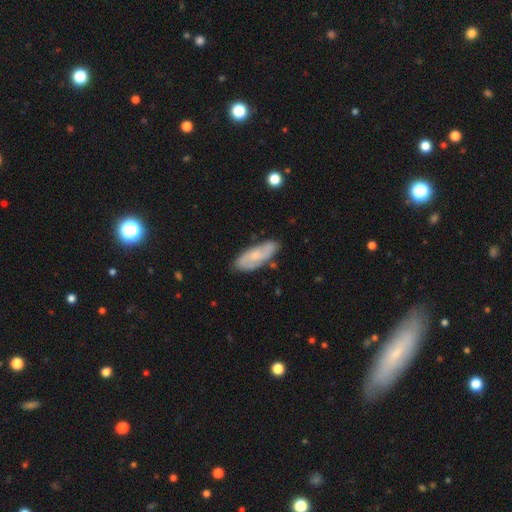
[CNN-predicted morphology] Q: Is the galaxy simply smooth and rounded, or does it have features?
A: featured or disk — 54%.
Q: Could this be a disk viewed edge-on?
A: no — 87%.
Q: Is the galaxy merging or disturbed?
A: none — 77%.